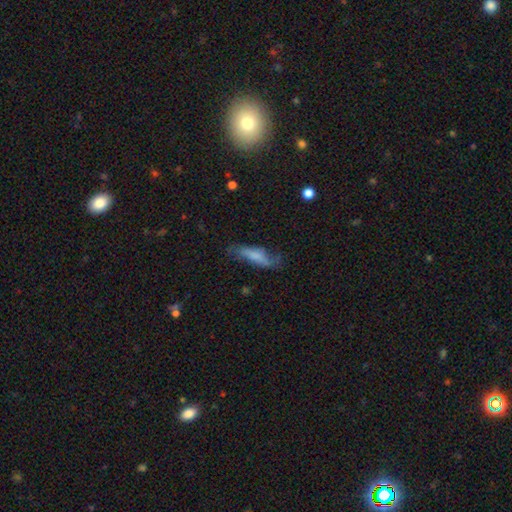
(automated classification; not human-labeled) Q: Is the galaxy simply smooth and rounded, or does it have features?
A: smooth — 62%.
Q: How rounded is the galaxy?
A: cigar-shaped — 60%.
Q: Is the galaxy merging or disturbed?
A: none — 55%.